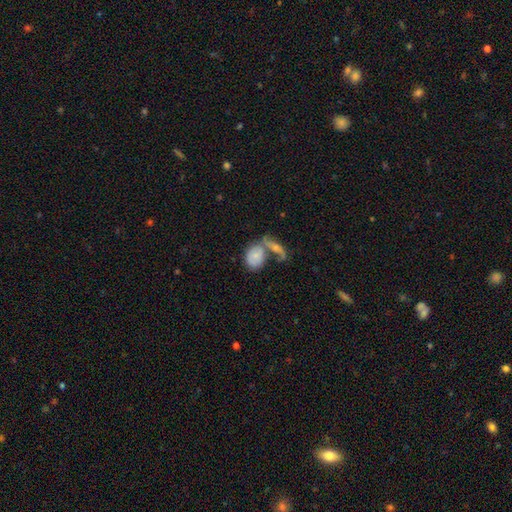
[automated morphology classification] smooth-or-featured: smooth: 70% | featured or disk: 23% | star or artifact: 7%
  how-rounded: in between: 69% | round: 28% | cigar-shaped: 3%
  merging: merger: 50% | none: 27% | minor disturbance: 12% | major disturbance: 10%